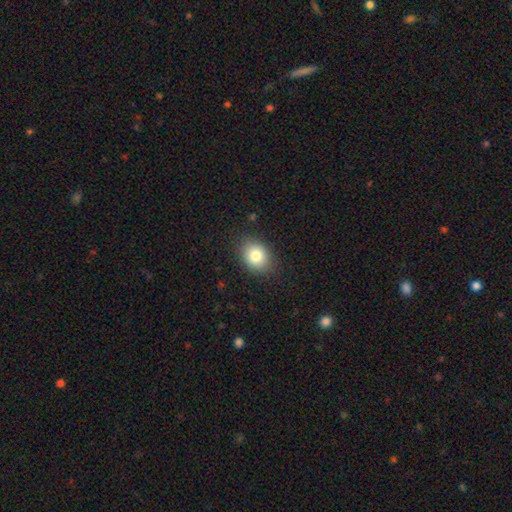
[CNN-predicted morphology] Overall: smooth (81%). How rounded: in between (58%; round 41%). Merging: none (86%).